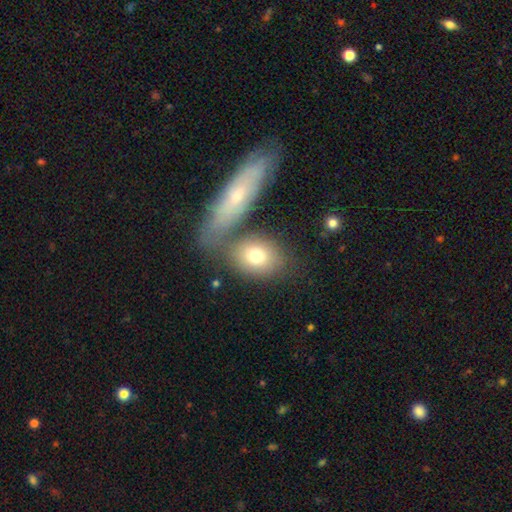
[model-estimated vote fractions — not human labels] This is likely a smooth galaxy (74%). How rounded: possibly in between (59%). Merging: possibly none (57%).